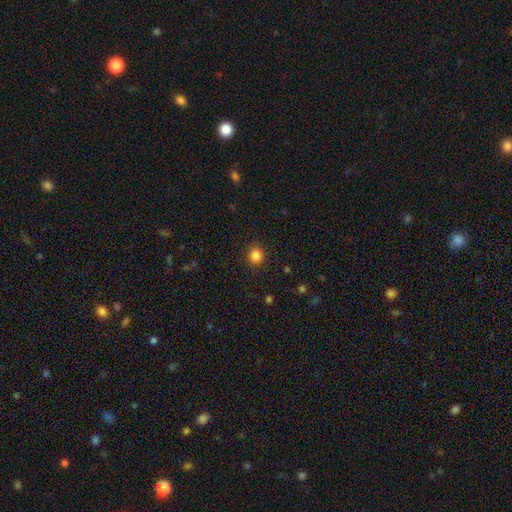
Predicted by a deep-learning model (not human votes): A smooth galaxy with no disk features (85%) that is round (84%).

Vote fractions:
- Smooth or featured? smooth: 85% / star or artifact: 12% / featured or disk: 4%
- How rounded? round: 84% / in between: 15% / cigar-shaped: 1%
- Merging? none: 90% / minor disturbance: 6% / major disturbance: 2% / merger: 1%